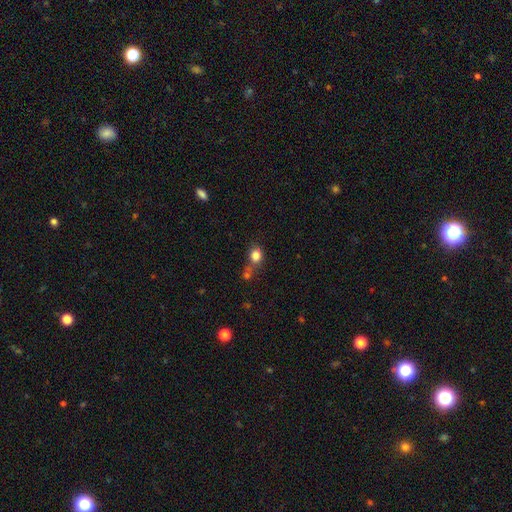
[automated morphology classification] Q: Smooth or featured?
A: smooth (81%); runner-up: star or artifact (11%)
Q: How rounded?
A: round (67%); runner-up: in between (32%)
Q: Merging?
A: none (47%); runner-up: merger (29%)